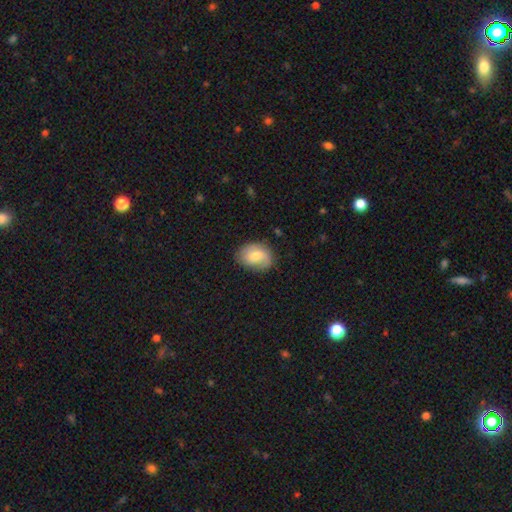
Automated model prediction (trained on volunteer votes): A smooth galaxy with no disk features (58%) that is in between round and cigar-shaped (73%).

Vote fractions:
- Smooth or featured? smooth: 58% / featured or disk: 34% / star or artifact: 7%
- How rounded? in between: 73% / round: 26% / cigar-shaped: 1%
- Merging? none: 74% / minor disturbance: 19% / major disturbance: 5% / merger: 1%